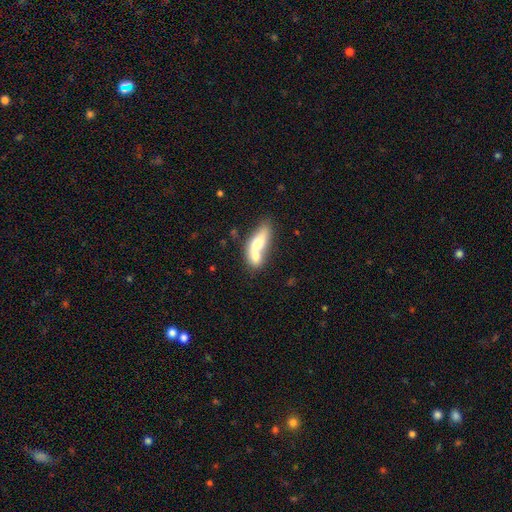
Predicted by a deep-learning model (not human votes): Smooth or featured?
  - smooth: 63% *
  - featured or disk: 30%
  - star or artifact: 7%
How rounded?
  - in between: 67% *
  - cigar-shaped: 24%
  - round: 9%
Merging?
  - merger: 66% *
  - none: 21%
  - minor disturbance: 9%
  - major disturbance: 5%